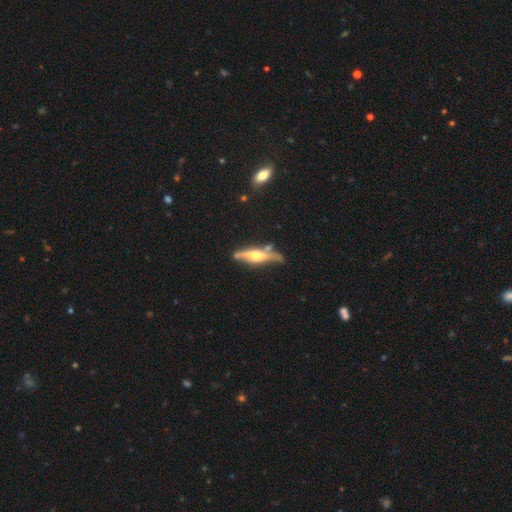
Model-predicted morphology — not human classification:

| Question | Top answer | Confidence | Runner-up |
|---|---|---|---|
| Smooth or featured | featured or disk | 71% | smooth (24%) |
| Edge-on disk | yes | 93% | no (7%) |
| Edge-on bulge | rounded | 93% | boxy (5%) |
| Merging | none | 68% | minor disturbance (19%) |